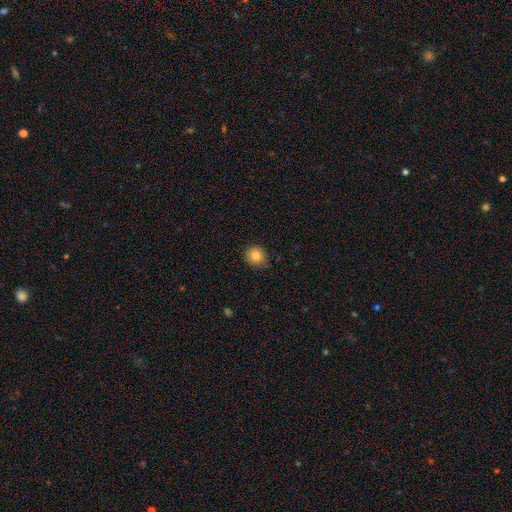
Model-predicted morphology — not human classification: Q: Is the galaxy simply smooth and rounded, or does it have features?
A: smooth — 84%.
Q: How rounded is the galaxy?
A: round — 90%.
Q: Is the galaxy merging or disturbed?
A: none — 86%.